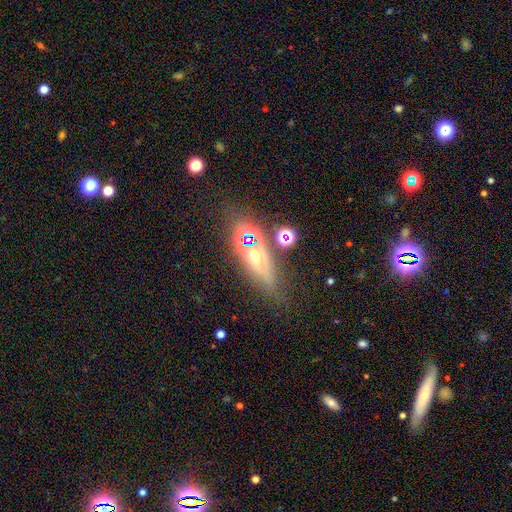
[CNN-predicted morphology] This is marginally a smooth galaxy (35%). Merging: likely none (67%).